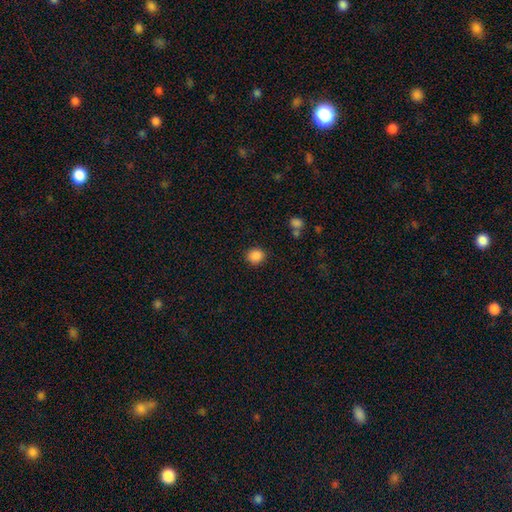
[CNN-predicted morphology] smooth-or-featured: smooth: 87% | star or artifact: 10% | featured or disk: 3%
  how-rounded: round: 83% | in between: 16% | cigar-shaped: 1%
  merging: none: 88% | minor disturbance: 8% | major disturbance: 3% | merger: 2%